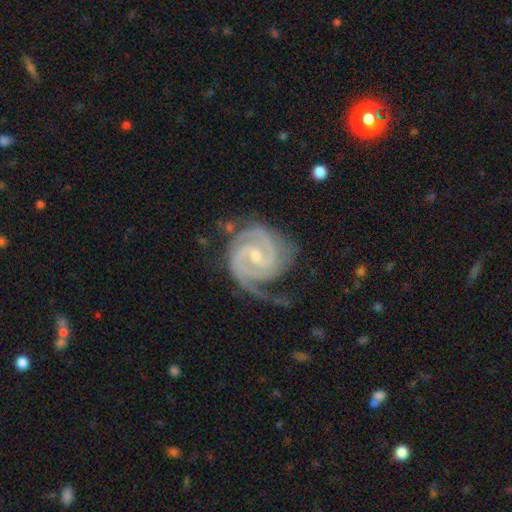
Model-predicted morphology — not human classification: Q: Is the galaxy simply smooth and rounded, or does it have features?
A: featured or disk — 93%.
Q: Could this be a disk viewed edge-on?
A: no — 98%.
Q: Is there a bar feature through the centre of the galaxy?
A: weak — 52%.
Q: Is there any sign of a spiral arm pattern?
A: yes — 99%.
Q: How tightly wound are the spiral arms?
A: tight — 68%.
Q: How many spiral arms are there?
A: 2 — 68%.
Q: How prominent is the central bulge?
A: small — 62%.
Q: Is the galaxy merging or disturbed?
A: none — 64%.